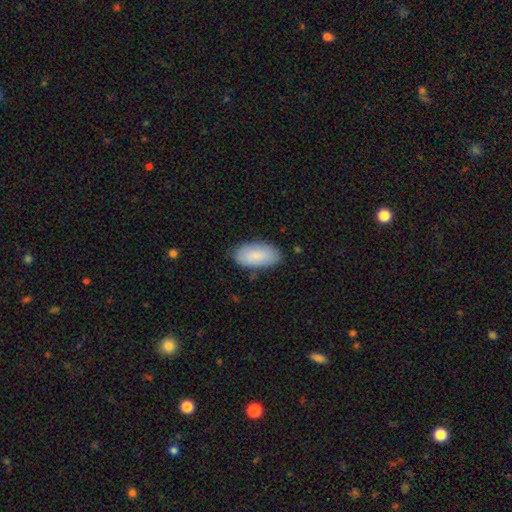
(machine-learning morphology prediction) Q: Smooth or featured?
A: smooth (87%); runner-up: featured or disk (8%)
Q: How rounded?
A: in between (95%); runner-up: cigar-shaped (4%)
Q: Merging?
A: none (81%); runner-up: minor disturbance (15%)